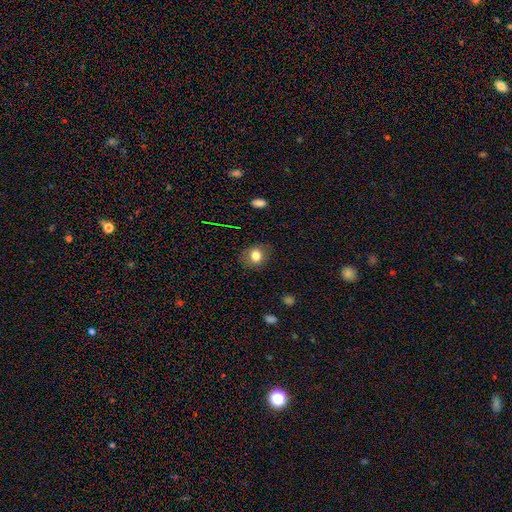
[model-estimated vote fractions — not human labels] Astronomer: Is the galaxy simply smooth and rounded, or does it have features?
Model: smooth — 78%.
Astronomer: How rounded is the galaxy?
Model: round — 58% (runner-up: in between, 41%).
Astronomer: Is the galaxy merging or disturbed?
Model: none — 81%.